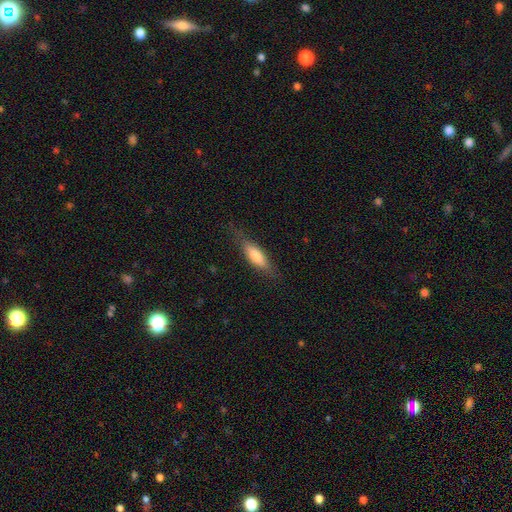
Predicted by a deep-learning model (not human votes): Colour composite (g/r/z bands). It shows a smooth galaxy with no disk features (69%) that is cigar-shaped (50%). Merging: none (77%).